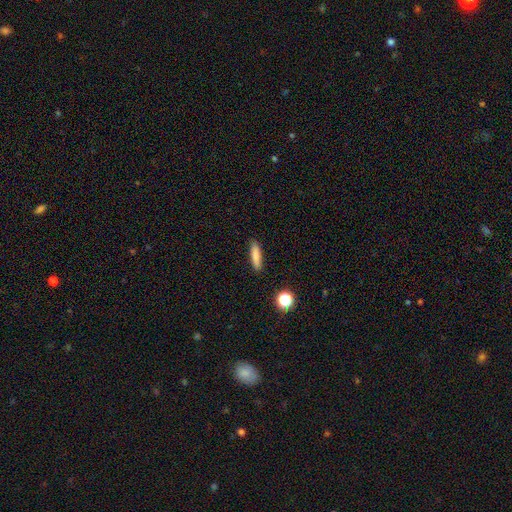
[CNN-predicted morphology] type=smooth (81%); roundness=cigar-shaped (78%); merging=none (88%).